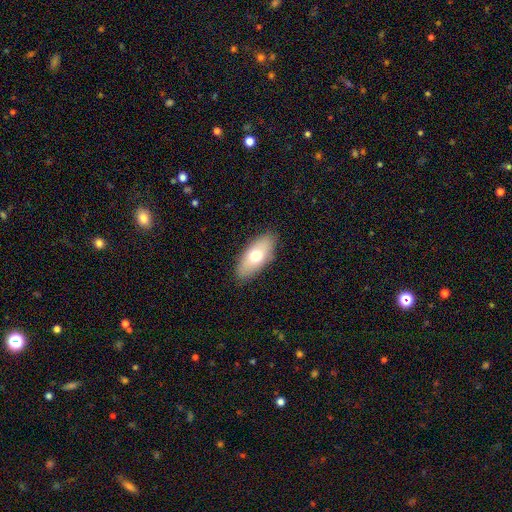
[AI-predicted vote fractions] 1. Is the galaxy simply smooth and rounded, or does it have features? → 68% smooth, 25% featured or disk, 7% star or artifact.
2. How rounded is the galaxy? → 85% in between, 12% cigar-shaped, 3% round.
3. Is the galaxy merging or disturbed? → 86% none, 11% minor disturbance, 3% major disturbance, 1% merger.